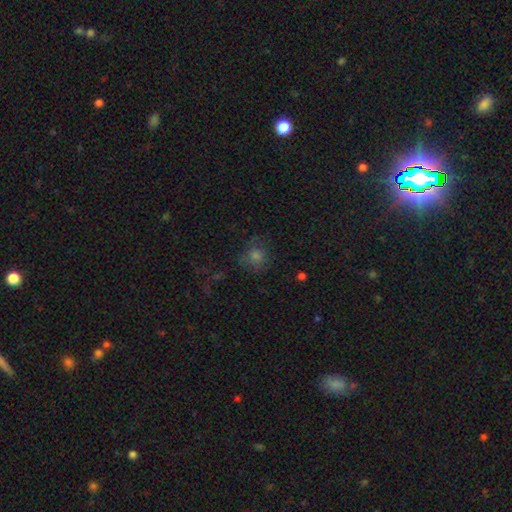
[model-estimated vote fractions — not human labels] Morphology: type=smooth (60%); roundness=round (85%); merging=none (71%).